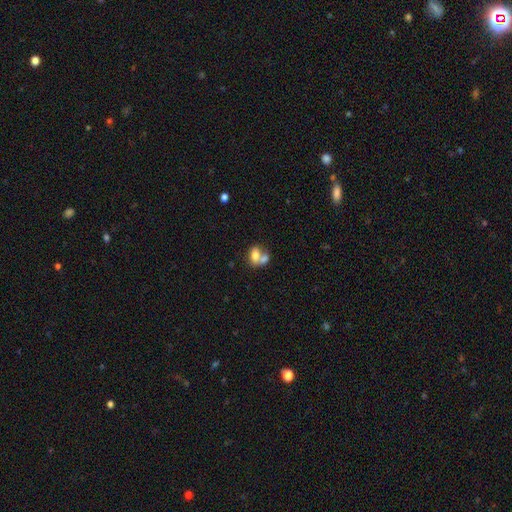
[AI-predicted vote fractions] Overall: smooth (71%). How rounded: in between (79%). Merging: merger (62%; none 25%).